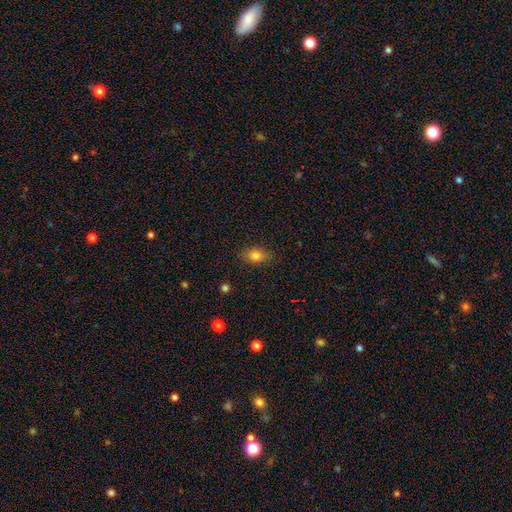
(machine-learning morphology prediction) smooth-or-featured: smooth: 78% | featured or disk: 11% | star or artifact: 11%
  how-rounded: in between: 71% | round: 25% | cigar-shaped: 4%
  merging: none: 84% | minor disturbance: 12% | major disturbance: 3% | merger: 1%